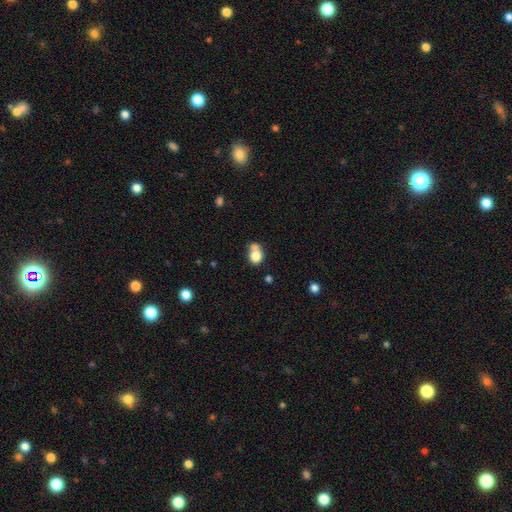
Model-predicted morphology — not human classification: Q: Smooth or featured?
A: smooth (79%); runner-up: featured or disk (11%)
Q: How rounded?
A: round (61%); runner-up: in between (38%)
Q: Merging?
A: merger (40%); tied with: none (40%)